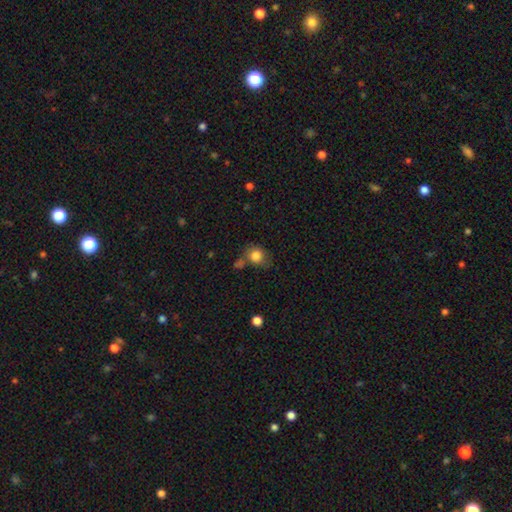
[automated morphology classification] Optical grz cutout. It shows a smooth galaxy with no disk features (83%) that is round (71%). Merging: none (54%).